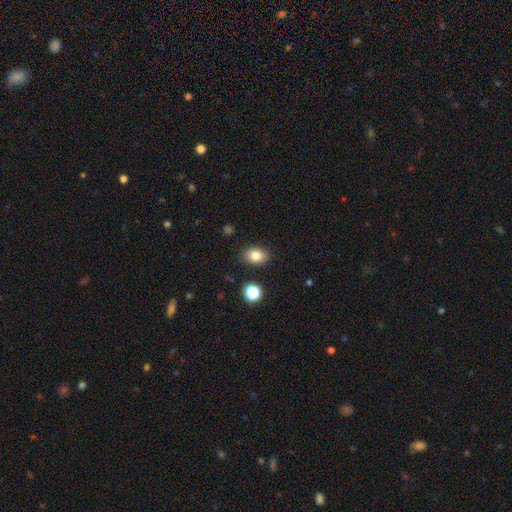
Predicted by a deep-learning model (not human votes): Morphology: type=smooth (82%); roundness=in between (67%); merging=none (87%).